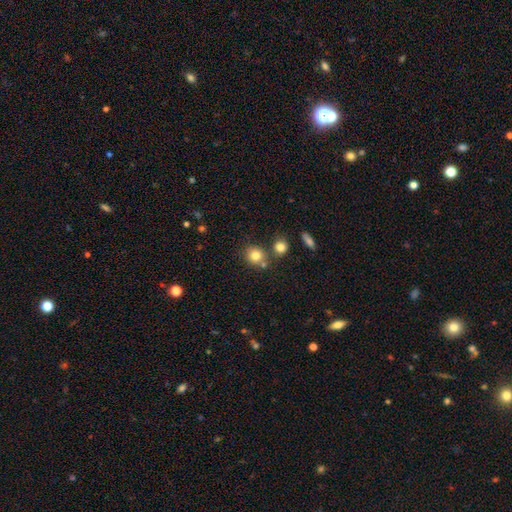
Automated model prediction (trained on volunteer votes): Smooth or featured: smooth — 80% (star or artifact — 11%)
How rounded: round — 83% (in between — 16%)
Merging: none — 69% (merger — 18%)